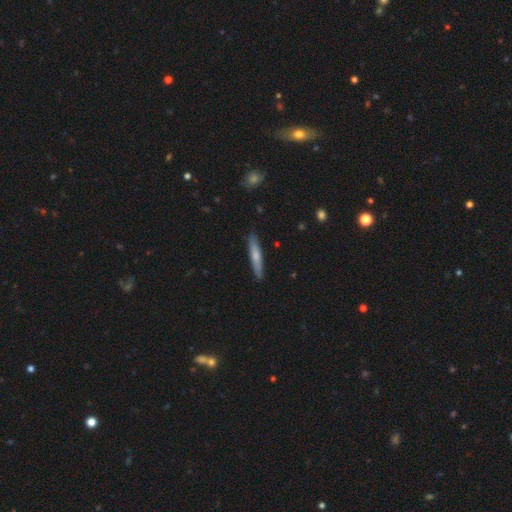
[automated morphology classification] A smooth galaxy with no disk features (62%) that is cigar-shaped (92%). Merging: none (88%).